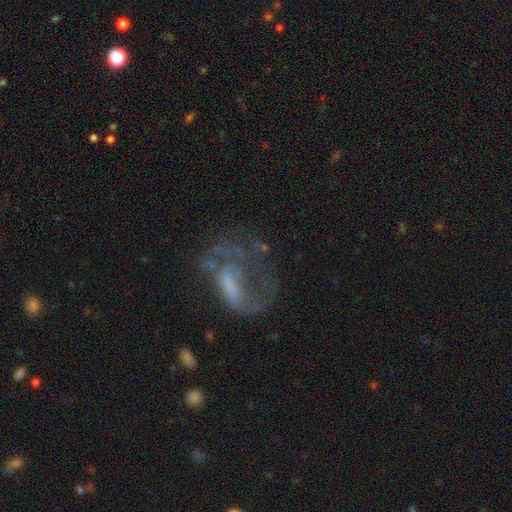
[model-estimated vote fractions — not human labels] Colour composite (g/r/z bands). It shows a featured or disk galaxy (67%) with no bar (48%), spiral arms (60%) and no central bulge (40%). Merging: major disturbance (44%).